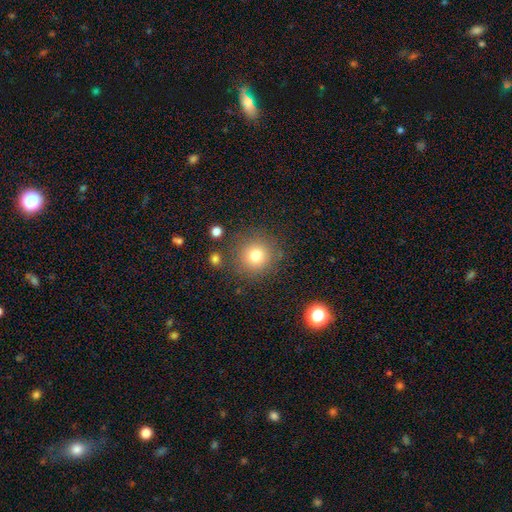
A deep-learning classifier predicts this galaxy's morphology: A smooth galaxy with no disk features (78%) that is round (95%). Merging: none (84%).